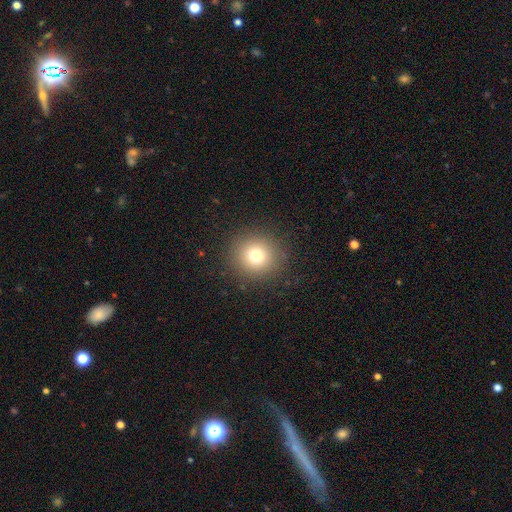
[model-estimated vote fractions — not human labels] Smooth or featured? smooth (77%)
How rounded? round (93%)
Merging? none (90%)